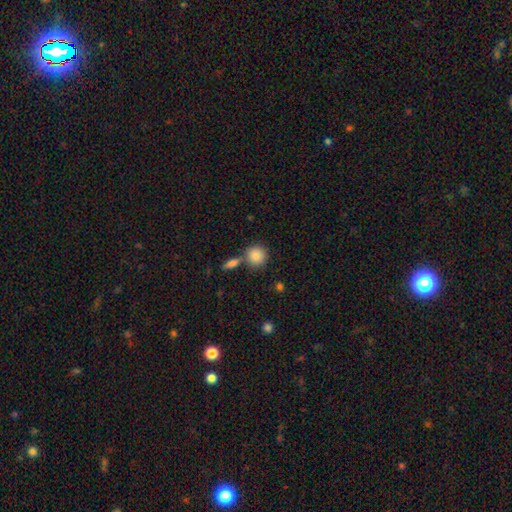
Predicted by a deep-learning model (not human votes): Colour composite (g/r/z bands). It shows a smooth galaxy with no disk features (86%) that is round (88%). Merging: none (66%).